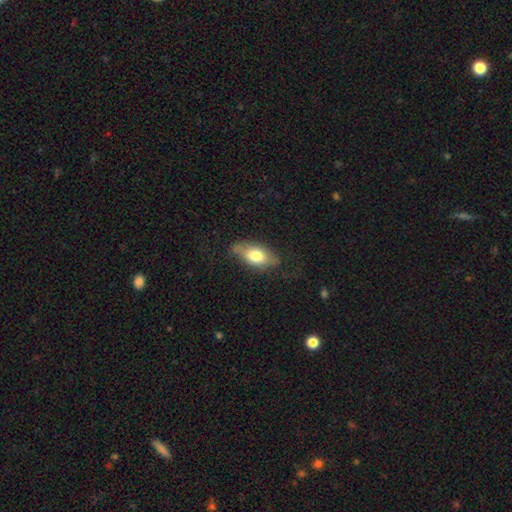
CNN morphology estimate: A smooth galaxy with no disk features (70%) that is in between round and cigar-shaped (87%).

Vote fractions:
- Smooth or featured? smooth: 70% / featured or disk: 23% / star or artifact: 7%
- How rounded? in between: 87% / cigar-shaped: 8% / round: 5%
- Merging? none: 65% / minor disturbance: 25% / major disturbance: 8% / merger: 2%